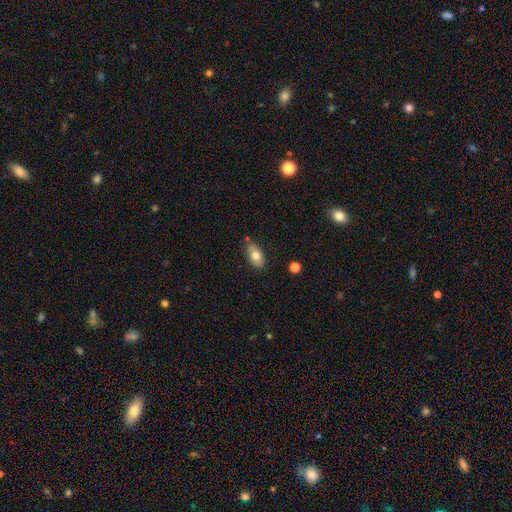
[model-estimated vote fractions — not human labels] smooth 74%, featured or disk 18%, star or artifact 8%. Down the decision tree: how rounded — in between (90%); merging — none (73%).